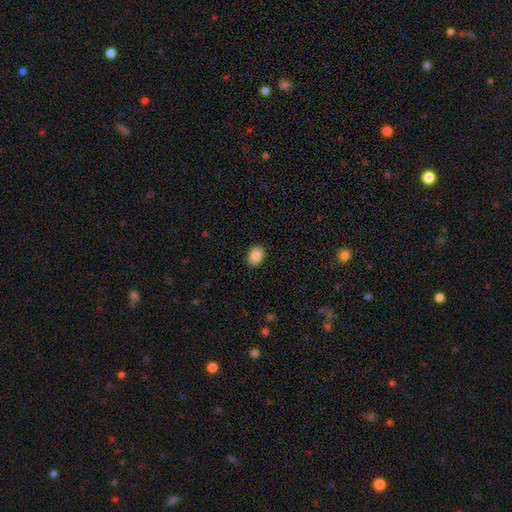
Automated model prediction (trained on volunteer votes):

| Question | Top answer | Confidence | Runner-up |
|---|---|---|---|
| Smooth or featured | smooth | 86% | star or artifact (8%) |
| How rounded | in between | 71% | round (28%) |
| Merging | none | 89% | minor disturbance (8%) |